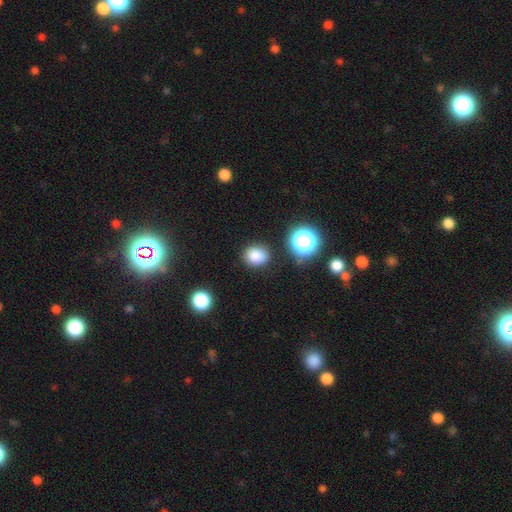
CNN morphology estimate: smooth 83%, star or artifact 12%, featured or disk 5%. Down the decision tree: how rounded — round (61%); merging — none (82%).